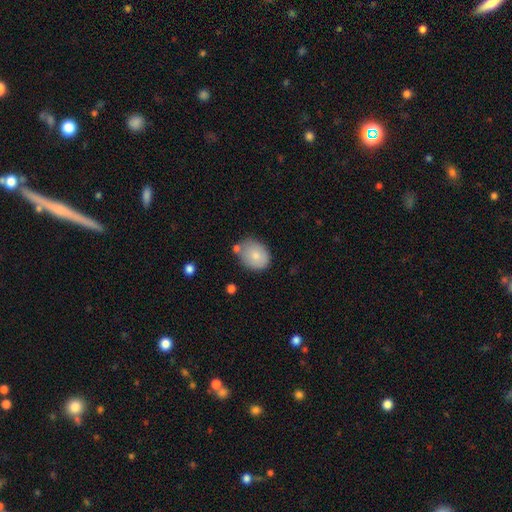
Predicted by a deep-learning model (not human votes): Smooth or featured? smooth (78%)
How rounded? in between (56%)
Merging? none (62%)